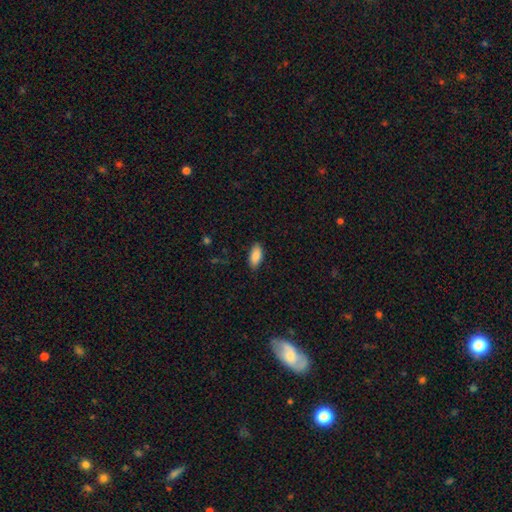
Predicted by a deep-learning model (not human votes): A smooth galaxy with no disk features (88%) that is in between round and cigar-shaped (90%).

Vote fractions:
- Smooth or featured? smooth: 88% / star or artifact: 6% / featured or disk: 6%
- How rounded? in between: 90% / cigar-shaped: 8% / round: 2%
- Merging? none: 86% / minor disturbance: 11% / major disturbance: 2% / merger: 1%